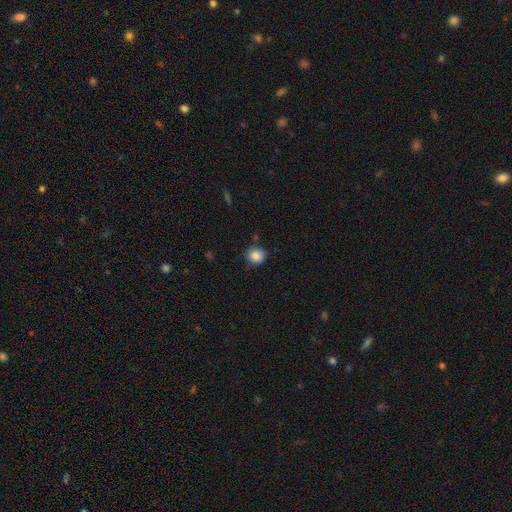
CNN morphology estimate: A smooth galaxy with no disk features (86%) that is round (88%).

Vote fractions:
- Smooth or featured? smooth: 86% / star or artifact: 10% / featured or disk: 5%
- How rounded? round: 88% / in between: 11% / cigar-shaped: 1%
- Merging? none: 81% / minor disturbance: 13% / major disturbance: 3% / merger: 3%